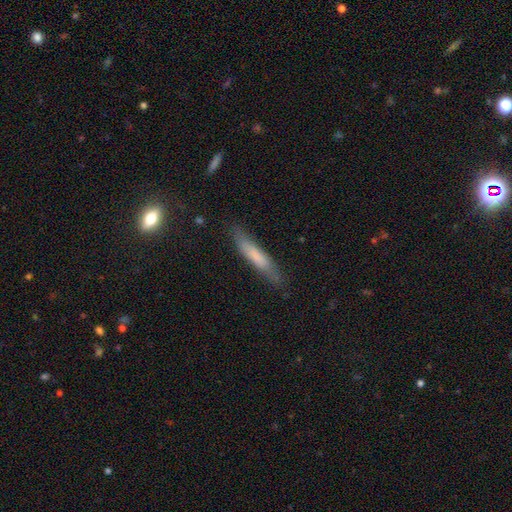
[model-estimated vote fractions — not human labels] Overall: smooth (70%). How rounded: cigar-shaped (89%). Merging: none (79%).